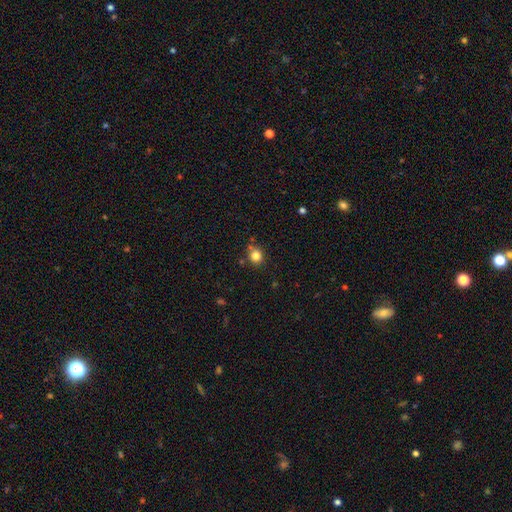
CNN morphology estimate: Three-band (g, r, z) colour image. It shows a smooth galaxy with no disk features (82%) that is round (86%). Merging: none (78%).